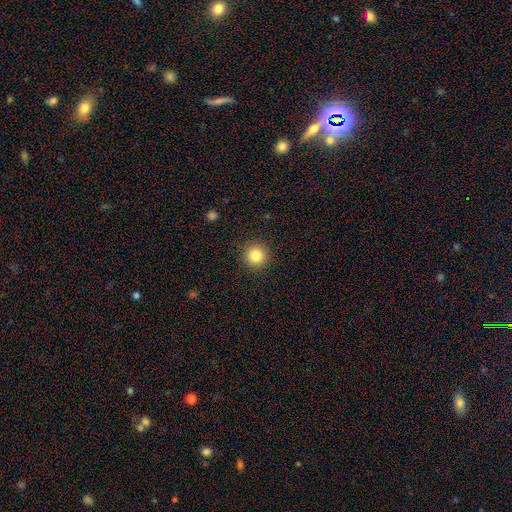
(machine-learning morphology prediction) smooth_or_featured: smooth (p=0.83) [alt: star or artifact p=0.11]
how_rounded: round (p=0.94) [alt: in between p=0.05]
merging: none (p=0.91) [alt: minor disturbance p=0.06]